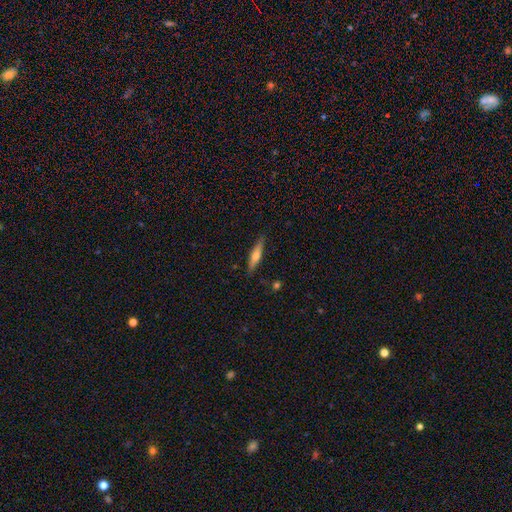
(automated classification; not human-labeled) Smooth or featured?
  - smooth: 50% *
  - featured or disk: 44%
  - star or artifact: 6%
Merging?
  - none: 87% *
  - minor disturbance: 10%
  - major disturbance: 2%
  - merger: 1%